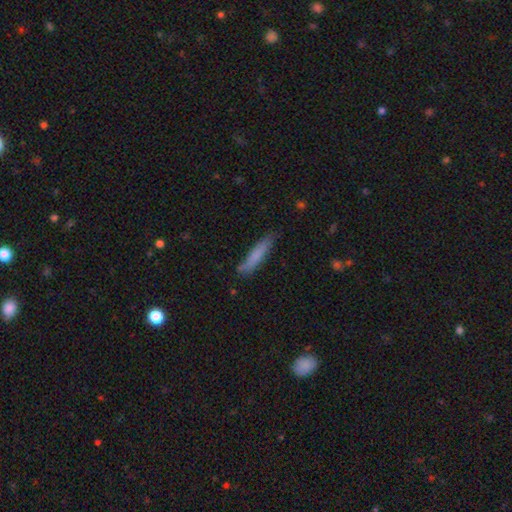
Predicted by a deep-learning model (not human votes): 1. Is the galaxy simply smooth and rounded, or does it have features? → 76% smooth, 18% featured or disk, 6% star or artifact.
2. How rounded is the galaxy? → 90% cigar-shaped, 9% in between, 1% round.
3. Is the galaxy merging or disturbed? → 78% none, 17% minor disturbance, 3% major disturbance, 2% merger.